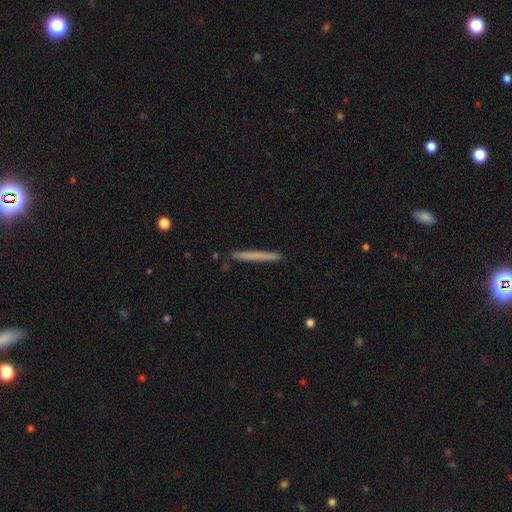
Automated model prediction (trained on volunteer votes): smooth_or_featured: smooth (p=0.66) [alt: featured or disk p=0.28]
how_rounded: cigar-shaped (p=0.97) [alt: in between p=0.02]
merging: none (p=0.90) [alt: minor disturbance p=0.07]